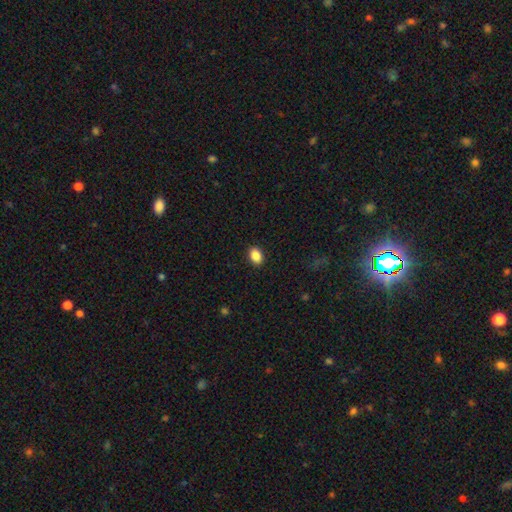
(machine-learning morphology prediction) Smooth or featured? Predicted: smooth (p=0.88). How rounded? Predicted: in between (p=0.80). Merging? Predicted: none (p=0.91).